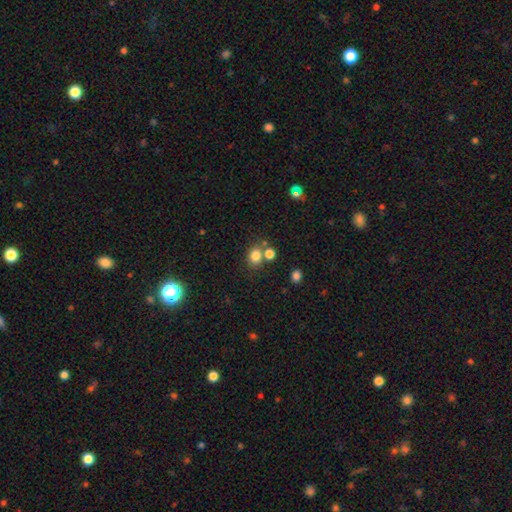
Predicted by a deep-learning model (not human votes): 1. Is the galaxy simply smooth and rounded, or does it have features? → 79% smooth, 14% star or artifact, 7% featured or disk.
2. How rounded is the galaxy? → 67% round, 32% in between, 1% cigar-shaped.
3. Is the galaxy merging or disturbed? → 62% none, 24% merger, 10% minor disturbance, 4% major disturbance.